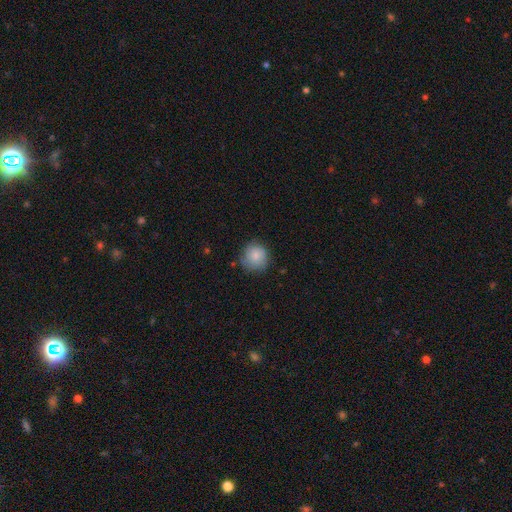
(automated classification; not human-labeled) Morphology: type=smooth (83%); roundness=round (91%); merging=none (78%).